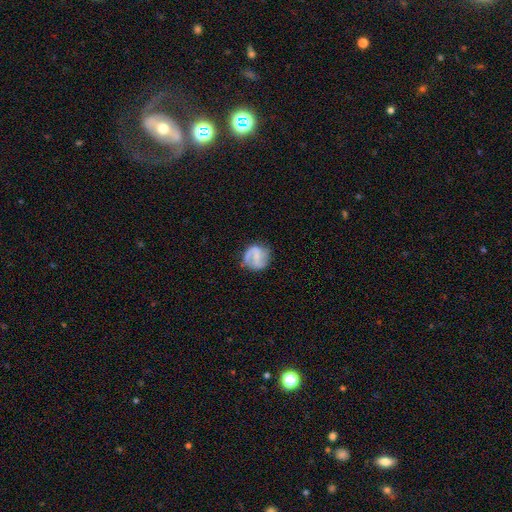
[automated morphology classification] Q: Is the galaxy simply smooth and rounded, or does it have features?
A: featured or disk — 64%.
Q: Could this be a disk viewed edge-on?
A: no — 98%.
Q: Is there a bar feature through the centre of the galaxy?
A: weak — 39%.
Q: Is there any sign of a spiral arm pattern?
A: yes — 84%.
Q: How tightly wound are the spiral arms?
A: medium — 41%.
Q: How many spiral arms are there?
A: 2 — 75%.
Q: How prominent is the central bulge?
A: none — 50%.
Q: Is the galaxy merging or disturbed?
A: none — 68%.